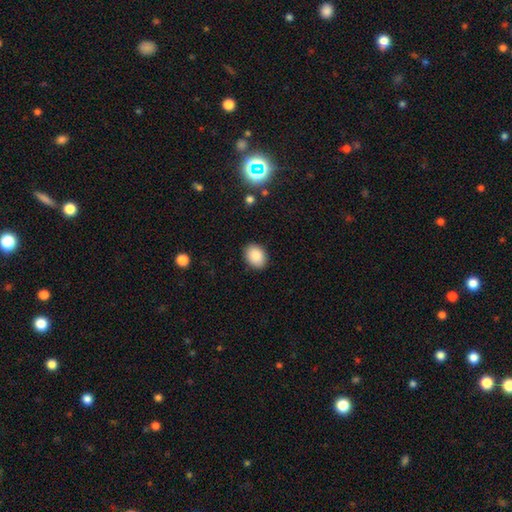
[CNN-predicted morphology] type=smooth (88%); roundness=in between (66%); merging=none (88%).